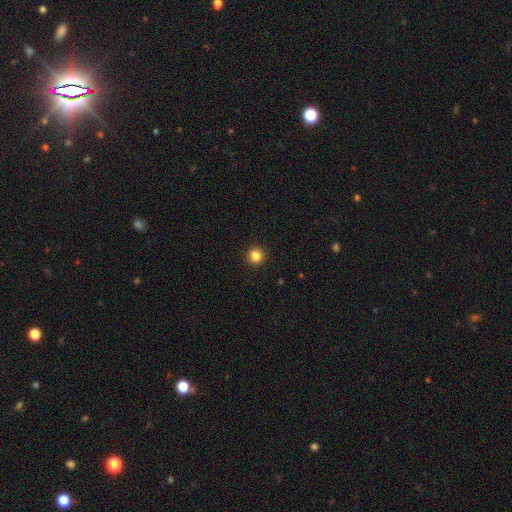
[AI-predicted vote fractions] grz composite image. It shows a smooth galaxy with no disk features (84%) that is round (95%). Merging: none (93%).